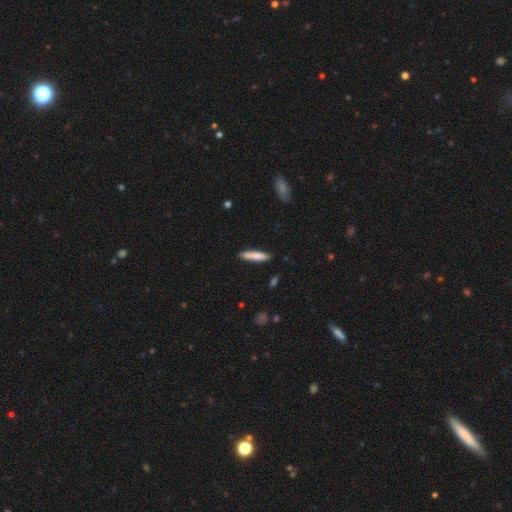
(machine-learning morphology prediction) This is likely a smooth galaxy (72%). How rounded: clearly cigar-shaped (84%). Merging: clearly none (85%).